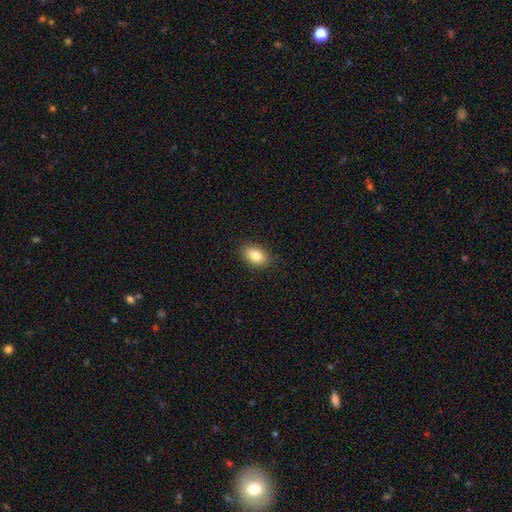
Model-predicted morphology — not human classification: Q: Smooth or featured?
A: smooth (84%); runner-up: featured or disk (8%)
Q: How rounded?
A: in between (88%); runner-up: round (11%)
Q: Merging?
A: none (87%); runner-up: minor disturbance (10%)